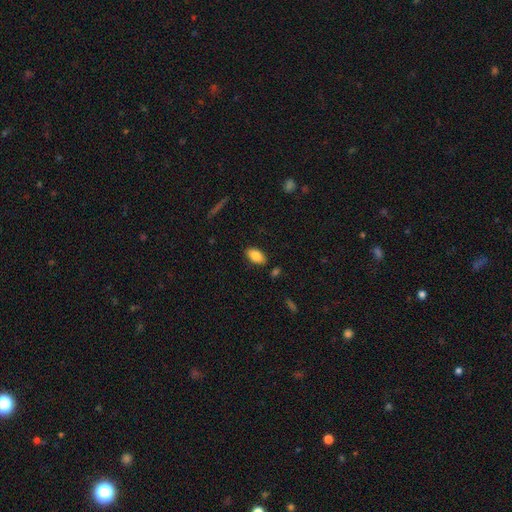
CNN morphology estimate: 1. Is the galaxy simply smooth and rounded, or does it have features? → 84% smooth, 9% featured or disk, 7% star or artifact.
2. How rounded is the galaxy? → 93% in between, 4% round, 3% cigar-shaped.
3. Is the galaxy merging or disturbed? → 85% none, 10% minor disturbance, 2% merger, 2% major disturbance.